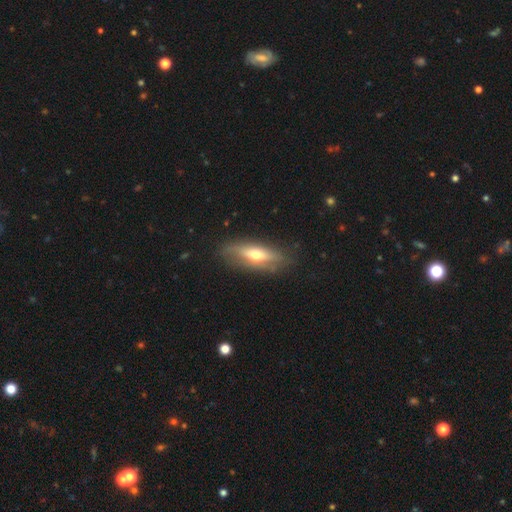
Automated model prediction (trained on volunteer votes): This is possibly a featured or disk galaxy (47%). Merging: likely none (77%).